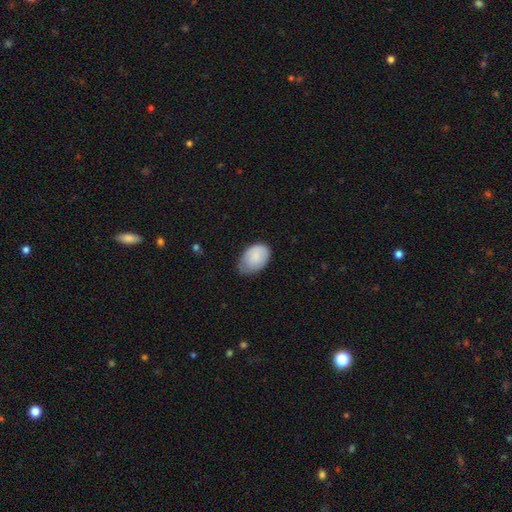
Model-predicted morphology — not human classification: Q: Smooth or featured?
A: smooth (86%); runner-up: featured or disk (8%)
Q: How rounded?
A: in between (89%); runner-up: round (10%)
Q: Merging?
A: none (45%); runner-up: minor disturbance (44%)